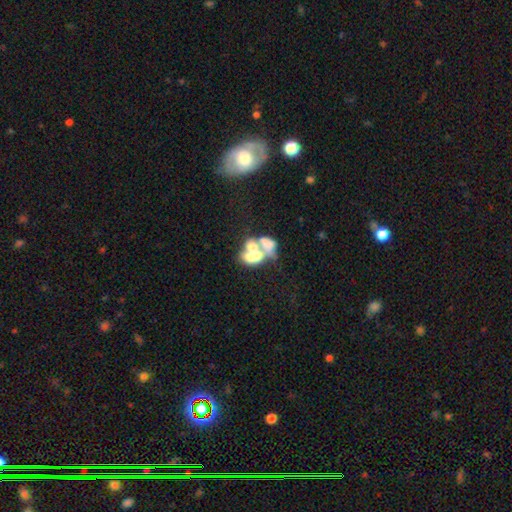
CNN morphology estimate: This appears to be a featured or disk galaxy (48%). Merging: merger (71%).